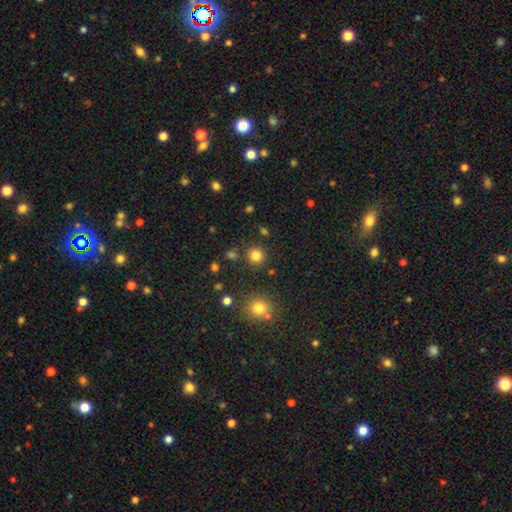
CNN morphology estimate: Q: Smooth or featured?
A: smooth (82%); runner-up: star or artifact (14%)
Q: How rounded?
A: round (92%); runner-up: in between (7%)
Q: Merging?
A: none (87%); runner-up: minor disturbance (7%)